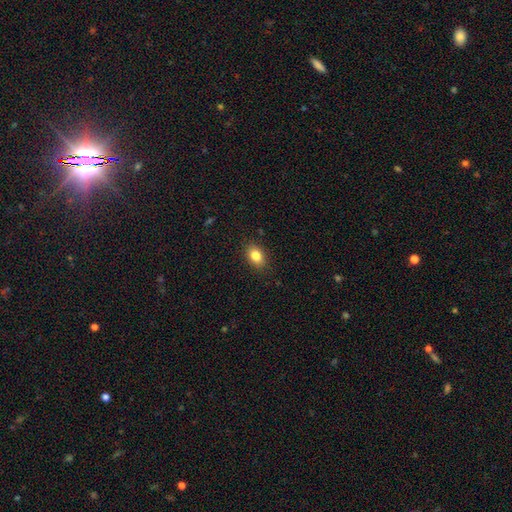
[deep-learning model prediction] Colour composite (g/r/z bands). It shows a smooth galaxy with no disk features (84%) that is in between round and cigar-shaped (80%). Merging: none (87%).